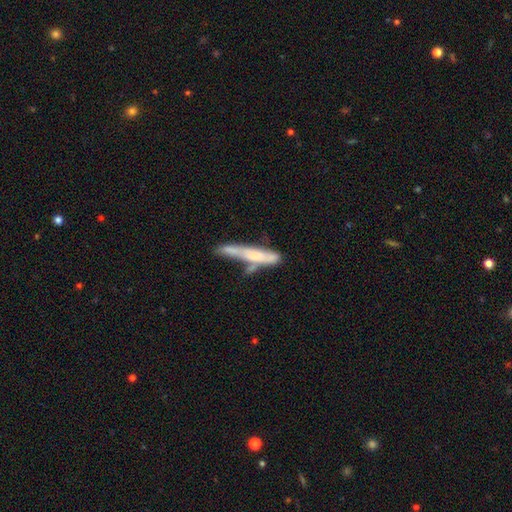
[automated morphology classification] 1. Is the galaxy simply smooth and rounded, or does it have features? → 56% smooth, 37% featured or disk, 7% star or artifact.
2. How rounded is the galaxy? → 87% cigar-shaped, 11% in between, 2% round.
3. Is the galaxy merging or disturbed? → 34% none, 30% merger, 21% minor disturbance, 15% major disturbance.